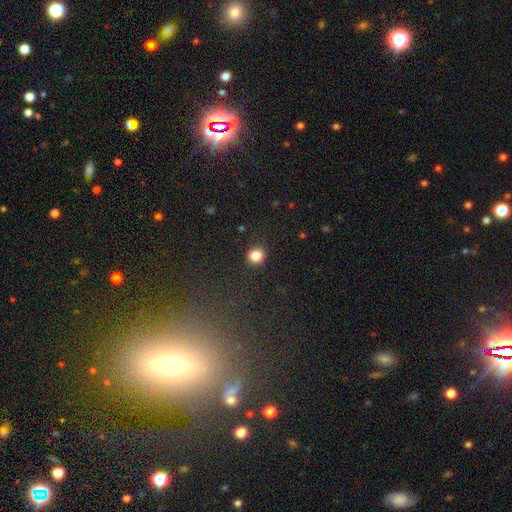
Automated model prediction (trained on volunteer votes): A smooth galaxy with no disk features (85%) that is round (87%). Merging: none (90%).